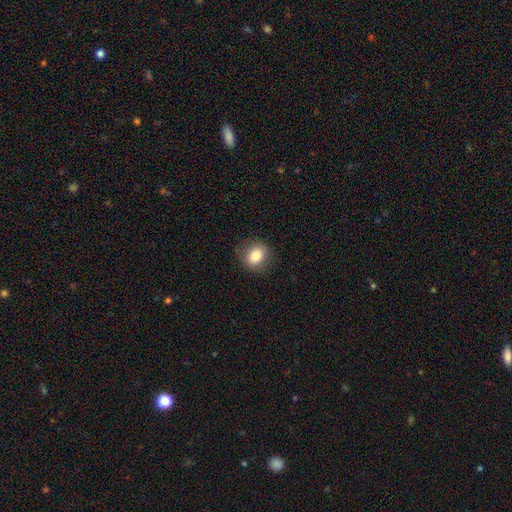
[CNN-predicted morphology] A smooth galaxy with no disk features (82%) that is round (66%).

Vote fractions:
- Smooth or featured? smooth: 82% / star or artifact: 9% / featured or disk: 9%
- How rounded? round: 66% / in between: 33% / cigar-shaped: 1%
- Merging? none: 85% / minor disturbance: 11% / major disturbance: 3% / merger: 1%